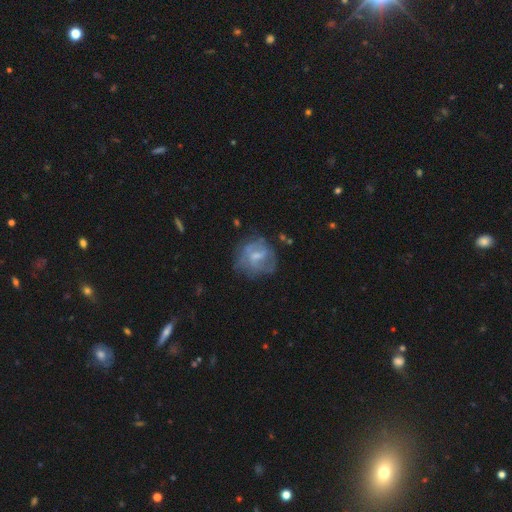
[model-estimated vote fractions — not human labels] A featured or disk galaxy (54%) with a weak bar (46%), no spiral arms (55%) and a small central bulge (40%). Merging: none (52%).